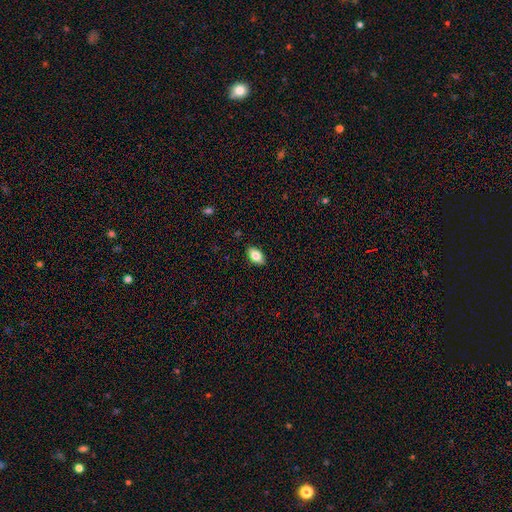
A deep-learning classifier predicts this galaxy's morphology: This appears to be a smooth galaxy with no disk features (82%) that is in between round and cigar-shaped (92%). Merging: none (88%).